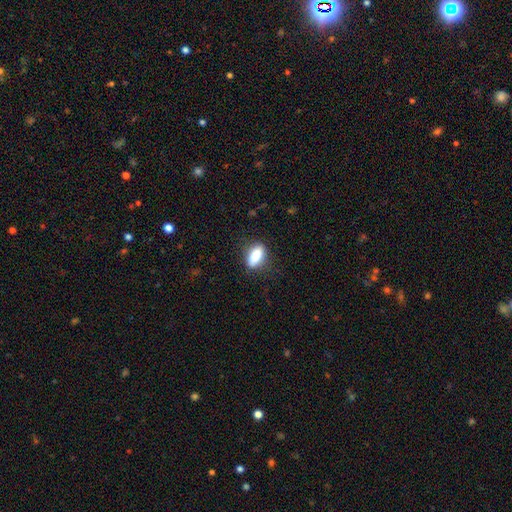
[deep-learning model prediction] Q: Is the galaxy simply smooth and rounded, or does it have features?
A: smooth — 83%.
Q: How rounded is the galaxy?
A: in between — 76%.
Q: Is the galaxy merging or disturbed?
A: none — 77%.